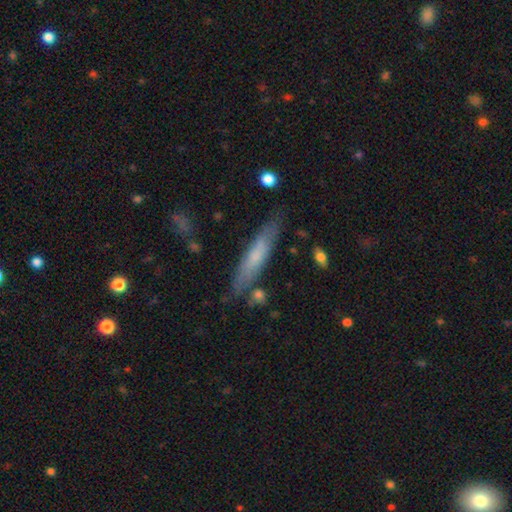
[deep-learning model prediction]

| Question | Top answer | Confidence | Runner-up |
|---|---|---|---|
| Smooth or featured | smooth | 59% | featured or disk (35%) |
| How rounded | cigar-shaped | 86% | in between (12%) |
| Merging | none | 79% | minor disturbance (14%) |